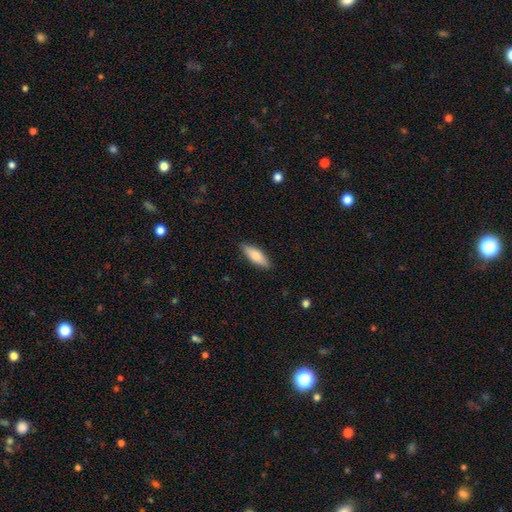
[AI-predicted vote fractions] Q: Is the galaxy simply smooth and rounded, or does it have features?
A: smooth — 78%.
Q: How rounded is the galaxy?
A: in between — 60%.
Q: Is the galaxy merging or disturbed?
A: none — 88%.